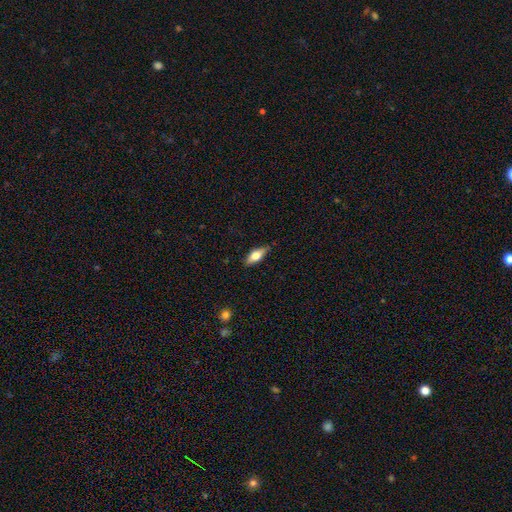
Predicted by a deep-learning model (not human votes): Smooth or featured? Predicted: smooth (p=0.65). How rounded? Predicted: in between (p=0.75). Merging? Predicted: none (p=0.79).